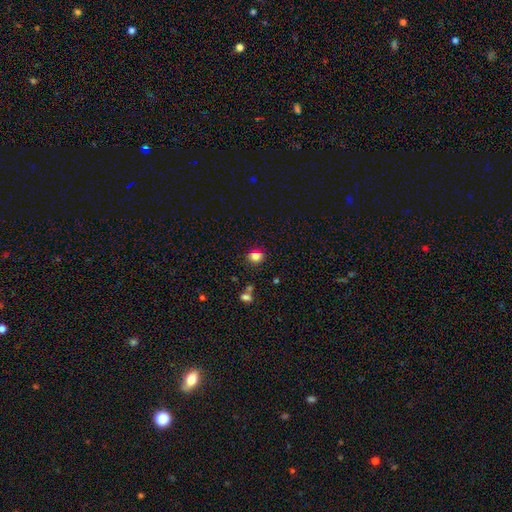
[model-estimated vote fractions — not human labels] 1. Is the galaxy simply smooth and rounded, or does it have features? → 81% smooth, 14% star or artifact, 5% featured or disk.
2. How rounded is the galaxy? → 66% round, 33% in between, 1% cigar-shaped.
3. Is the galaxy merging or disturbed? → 82% none, 10% minor disturbance, 5% merger, 3% major disturbance.